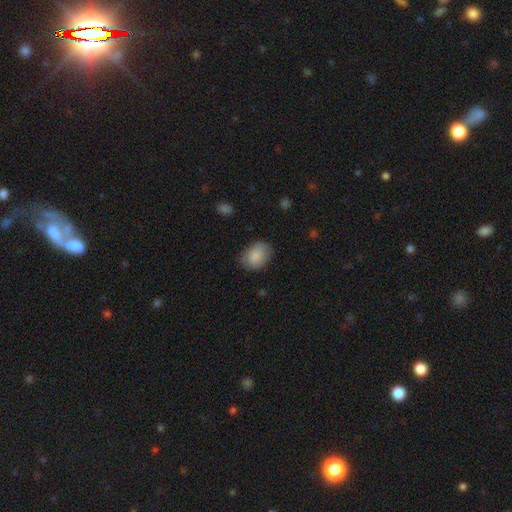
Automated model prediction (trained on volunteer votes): The model was most divided on "how rounded": in between: 75%, round: 24%, cigar-shaped: 1%. More confident: smooth or featured — smooth (86%); merging — none (73%).